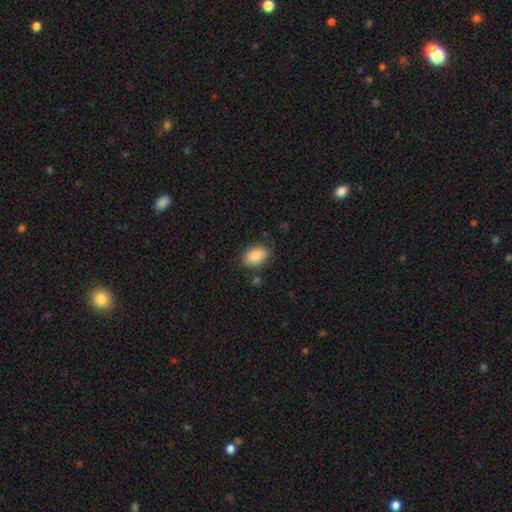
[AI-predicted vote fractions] Smooth or featured: smooth — 88% (star or artifact — 7%)
How rounded: in between — 91% (round — 8%)
Merging: none — 82% (minor disturbance — 12%)